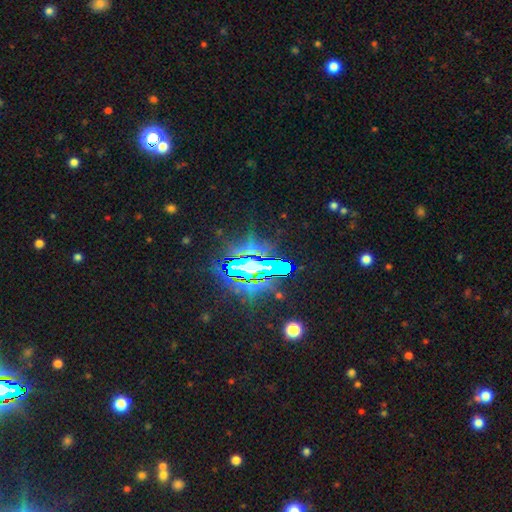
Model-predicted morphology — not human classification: Smooth or featured? star or artifact (74%)